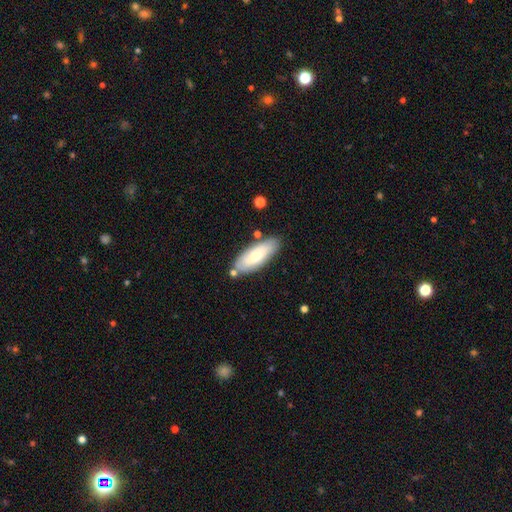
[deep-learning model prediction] This is likely a smooth galaxy (76%). How rounded: likely in between (70%). Merging: likely none (75%).